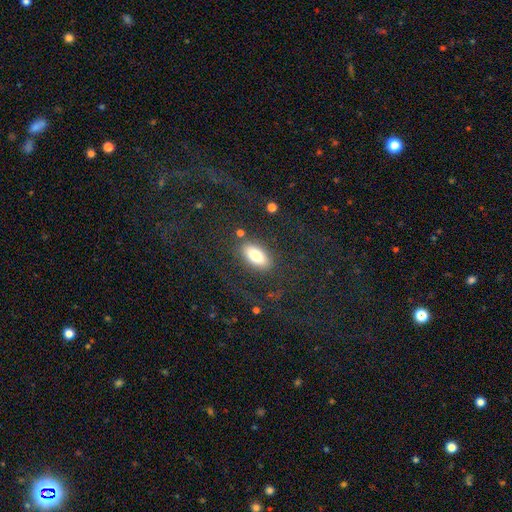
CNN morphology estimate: smooth-or-featured: smooth: 78% | featured or disk: 15% | star or artifact: 8%
  how-rounded: in between: 89% | cigar-shaped: 7% | round: 4%
  merging: none: 79% | minor disturbance: 11% | major disturbance: 7% | merger: 3%